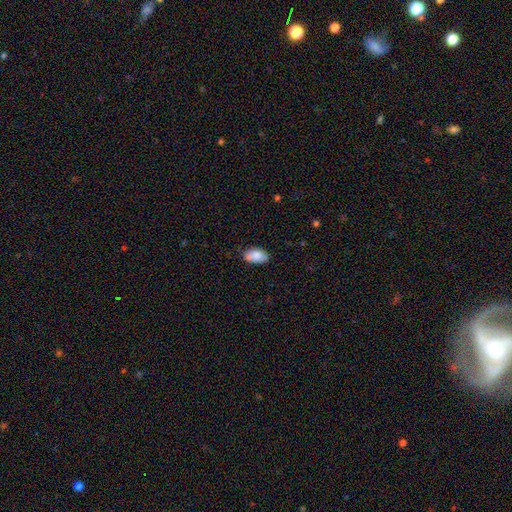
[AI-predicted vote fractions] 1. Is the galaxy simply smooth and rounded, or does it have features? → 85% smooth, 8% featured or disk, 7% star or artifact.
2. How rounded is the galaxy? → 94% in between, 4% round, 2% cigar-shaped.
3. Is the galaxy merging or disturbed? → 71% none, 21% minor disturbance, 5% merger, 3% major disturbance.